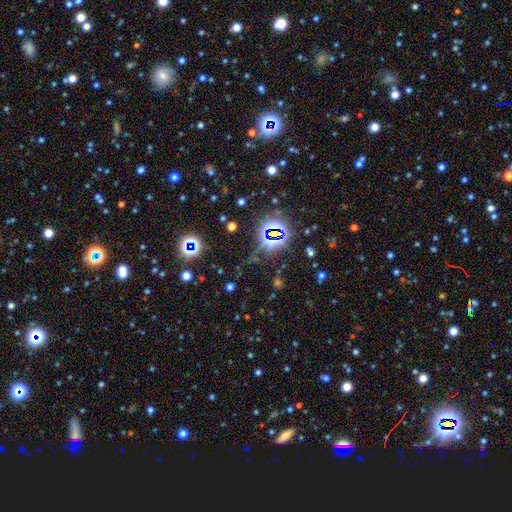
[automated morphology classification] A star or artifact, not a galaxy (74%).